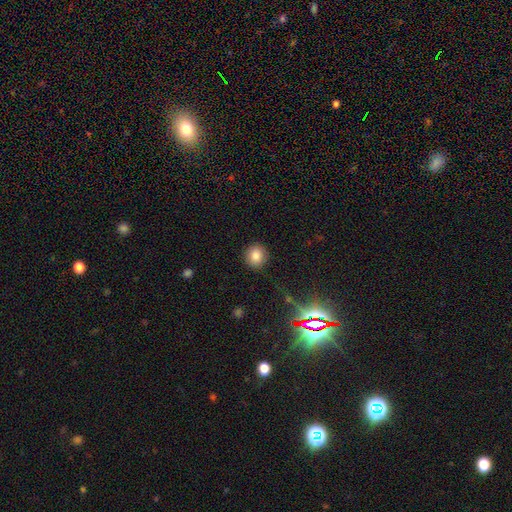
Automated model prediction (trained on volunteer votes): This appears to be a smooth galaxy with no disk features (83%) that is round (82%). Merging: none (90%).